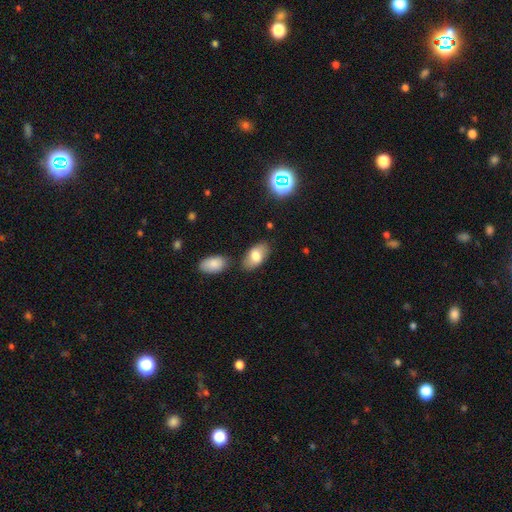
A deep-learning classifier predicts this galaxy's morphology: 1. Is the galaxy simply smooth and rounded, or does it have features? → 75% smooth, 17% featured or disk, 8% star or artifact.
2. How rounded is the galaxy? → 93% in between, 4% round, 2% cigar-shaped.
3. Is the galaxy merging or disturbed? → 75% none, 14% minor disturbance, 8% merger, 3% major disturbance.